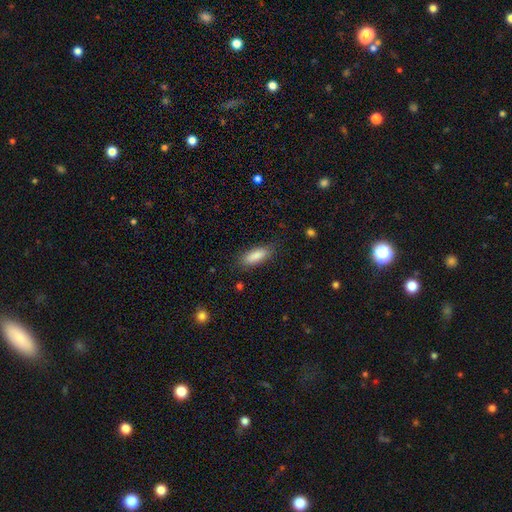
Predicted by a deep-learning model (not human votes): Overall: smooth (87%). How rounded: in between (68%; cigar-shaped 30%). Merging: none (83%).